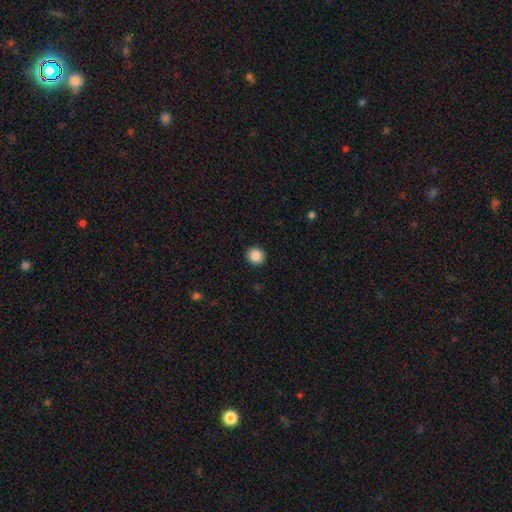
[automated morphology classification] This appears to be a smooth galaxy with no disk features (87%) that is round (90%). Merging: none (92%).